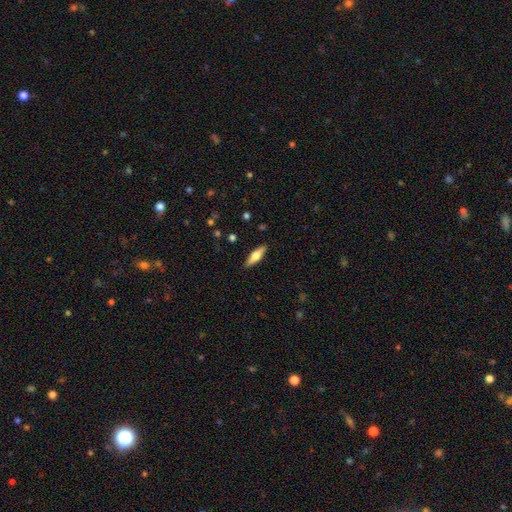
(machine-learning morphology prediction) This is possibly a featured or disk galaxy (53%). It is clearly viewed edge-on (94%). Merging: clearly none (89%).